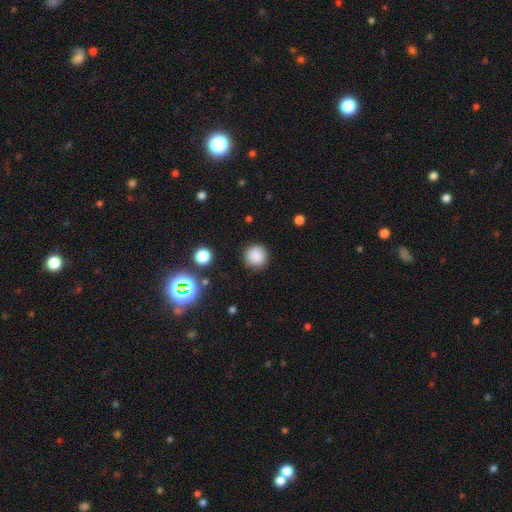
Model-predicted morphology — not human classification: The model was most divided on "smooth or featured": smooth: 85%, star or artifact: 11%, featured or disk: 4%. More confident: how rounded — round (94%); merging — none (88%).